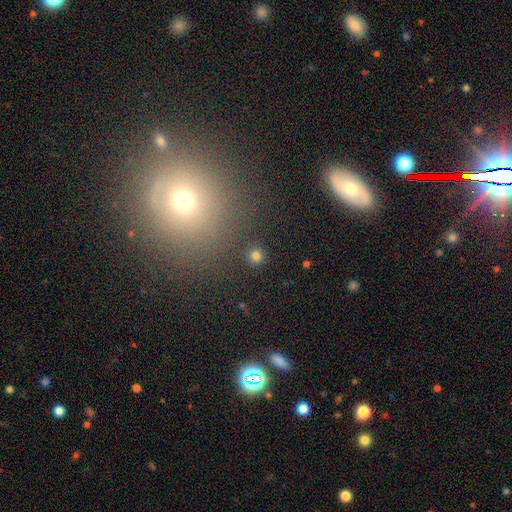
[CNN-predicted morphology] Q: Smooth or featured?
A: smooth (79%); runner-up: star or artifact (16%)
Q: How rounded?
A: round (95%); runner-up: in between (4%)
Q: Merging?
A: none (89%); runner-up: minor disturbance (5%)